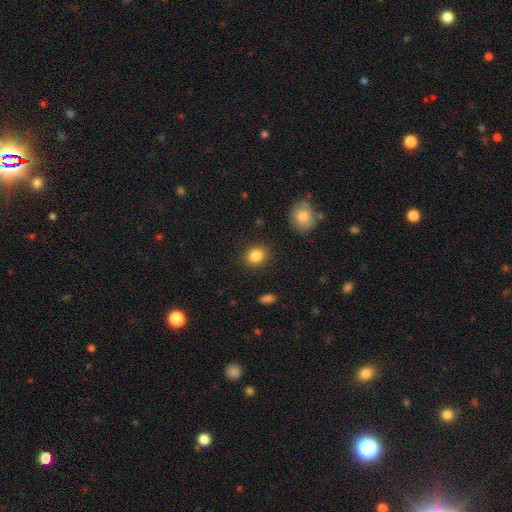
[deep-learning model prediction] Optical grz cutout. It shows a smooth galaxy with no disk features (85%) that is round (66%). Merging: none (89%).